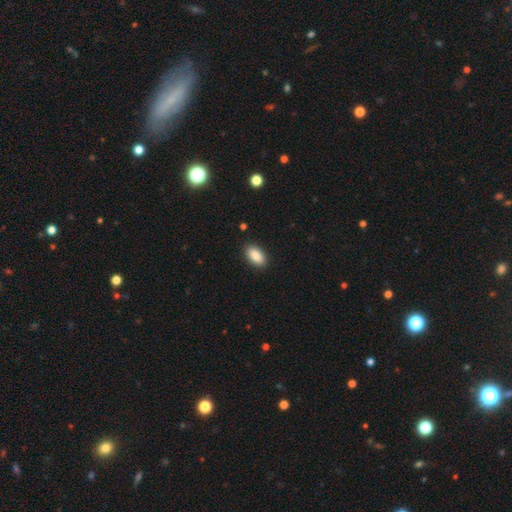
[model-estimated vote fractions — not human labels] Q: Smooth or featured?
A: smooth (88%); runner-up: star or artifact (7%)
Q: How rounded?
A: in between (93%); runner-up: round (4%)
Q: Merging?
A: none (89%); runner-up: minor disturbance (8%)